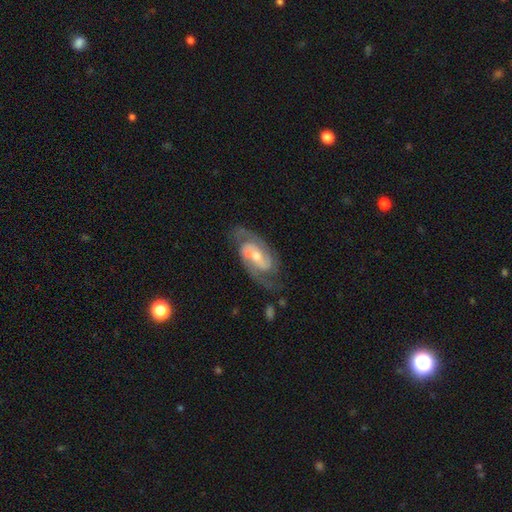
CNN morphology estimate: This is clearly a featured or disk galaxy (89%). It is clearly not viewed edge-on (96%). Bar: possibly weak (46%). Spiral arm pattern: clearly yes (97%). Spiral arm count: clearly 2 (88%). Spiral winding: possibly medium (51%). Central bulge: possibly small (48%). Merging: likely none (75%).